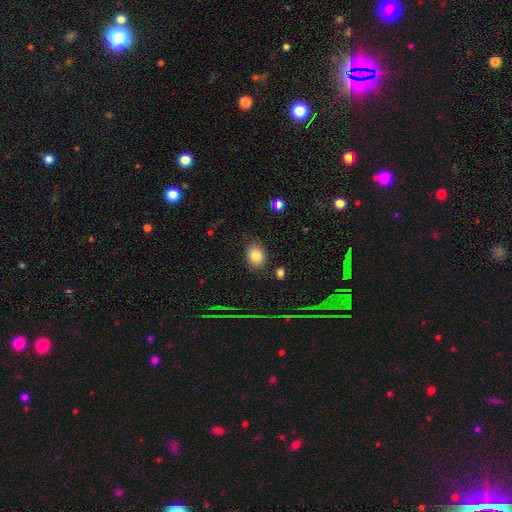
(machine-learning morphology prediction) type=smooth (82%); roundness=in between (53%); merging=none (83%).